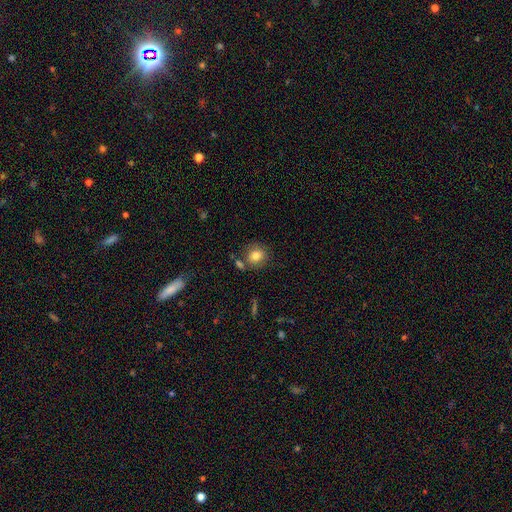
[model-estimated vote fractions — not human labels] The model was most divided on "how rounded": round: 73%, in between: 26%, cigar-shaped: 1%. More confident: smooth or featured — smooth (82%); merging — none (72%).